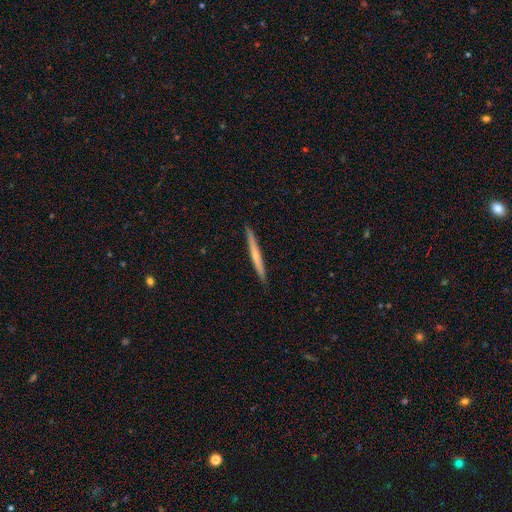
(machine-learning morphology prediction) featured or disk 50%, smooth 45%, star or artifact 5%. Down the decision tree: merging — none (92%).